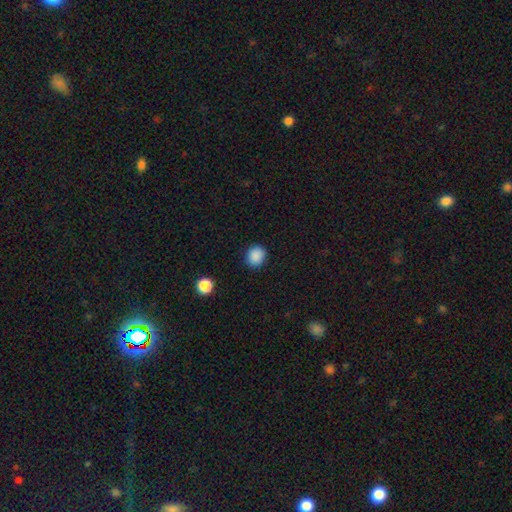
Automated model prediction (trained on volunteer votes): smooth_or_featured: smooth (p=0.88) [alt: star or artifact p=0.10]
how_rounded: round (p=0.76) [alt: in between p=0.23]
merging: none (p=0.88) [alt: minor disturbance p=0.09]